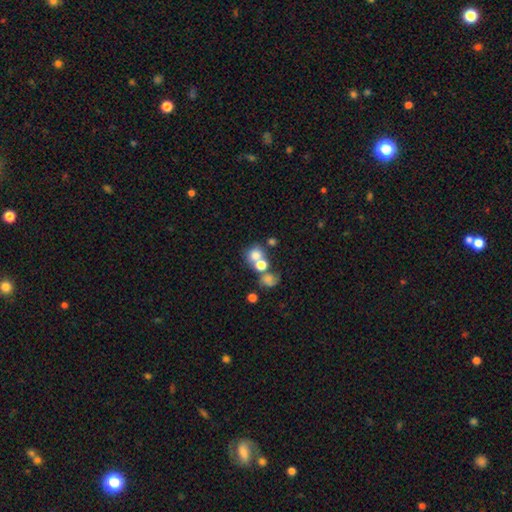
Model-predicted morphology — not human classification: A smooth galaxy with no disk features (71%) that is round (72%). Merging: merger (49%).